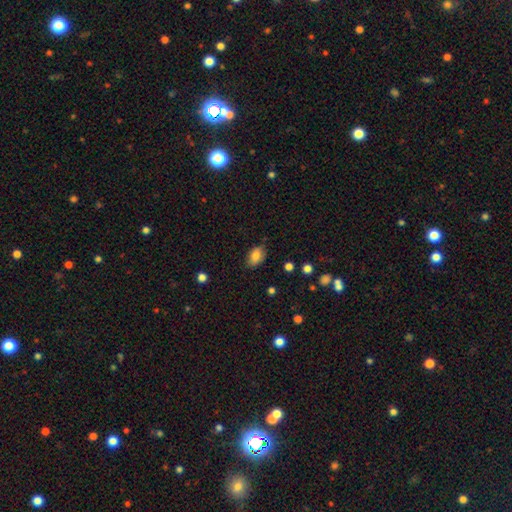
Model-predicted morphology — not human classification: Overall: smooth (84%). How rounded: in between (88%). Merging: none (78%).